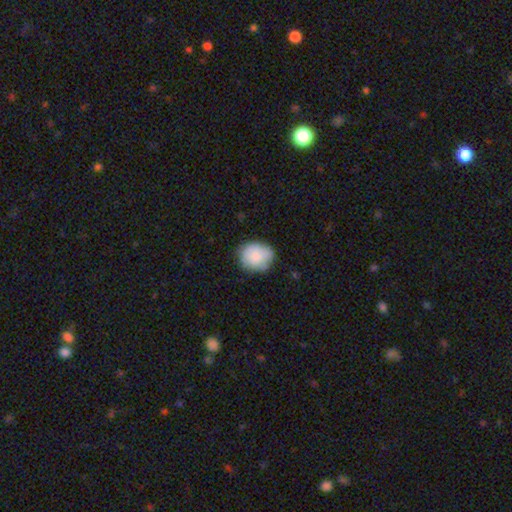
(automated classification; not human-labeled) A smooth galaxy with no disk features (84%) that is round (71%).

Vote fractions:
- Smooth or featured? smooth: 84% / featured or disk: 9% / star or artifact: 7%
- How rounded? round: 71% / in between: 29% / cigar-shaped: 1%
- Merging? none: 74% / minor disturbance: 21% / major disturbance: 4% / merger: 1%